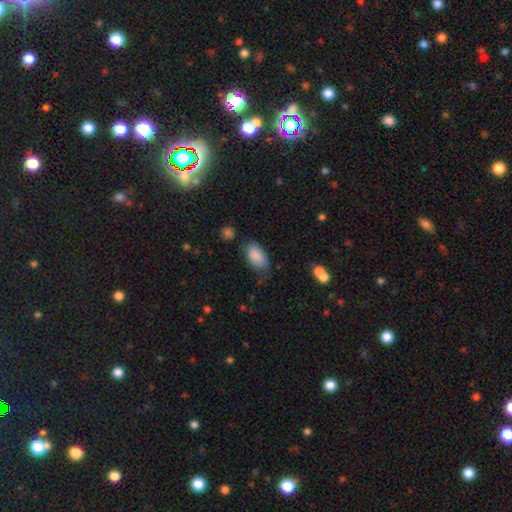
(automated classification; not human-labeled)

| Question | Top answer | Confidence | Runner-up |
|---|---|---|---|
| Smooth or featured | smooth | 86% | featured or disk (8%) |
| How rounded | in between | 94% | round (4%) |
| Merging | none | 56% | minor disturbance (31%) |